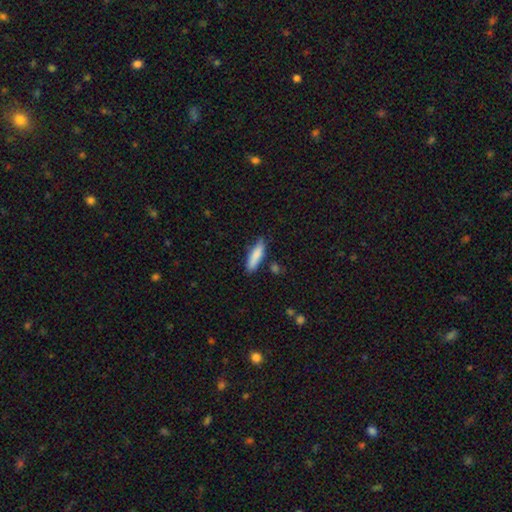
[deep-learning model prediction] smooth 83%, featured or disk 11%, star or artifact 6%. Down the decision tree: how rounded — cigar-shaped (68%); merging — none (75%).